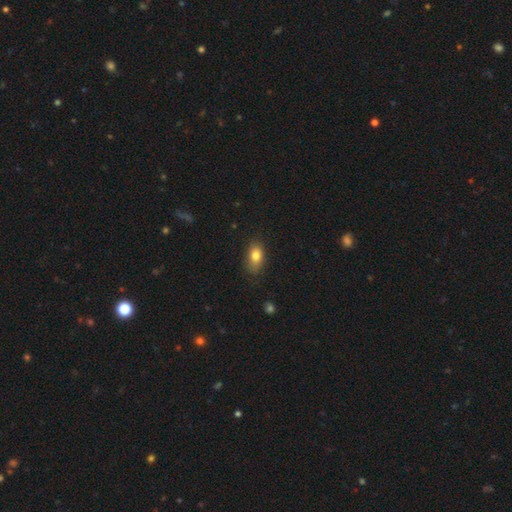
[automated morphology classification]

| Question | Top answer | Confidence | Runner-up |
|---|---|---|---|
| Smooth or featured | smooth | 80% | featured or disk (12%) |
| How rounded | in between | 85% | round (11%) |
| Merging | none | 76% | minor disturbance (19%) |